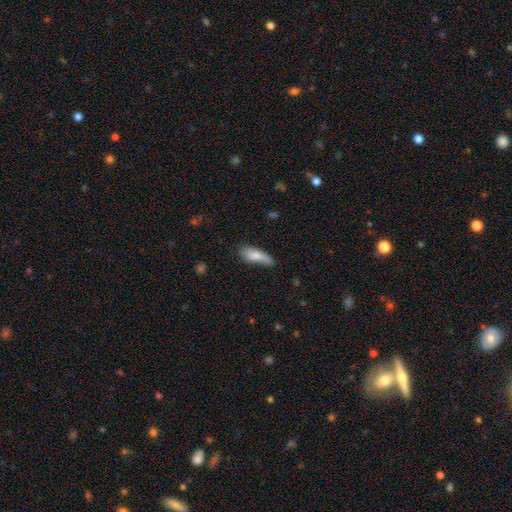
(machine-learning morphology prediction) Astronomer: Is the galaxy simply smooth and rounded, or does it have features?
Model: smooth — 74%.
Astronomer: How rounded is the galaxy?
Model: in between — 60% (runner-up: cigar-shaped, 38%).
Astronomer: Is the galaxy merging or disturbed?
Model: none — 50% (runner-up: minor disturbance, 35%).